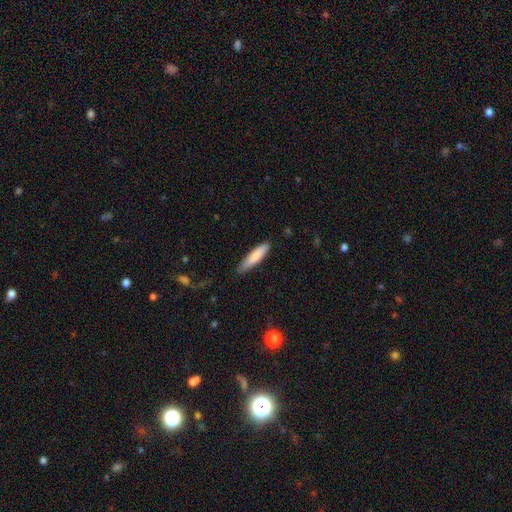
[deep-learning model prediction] Smooth or featured? smooth (80%)
How rounded? cigar-shaped (79%)
Merging? none (81%)